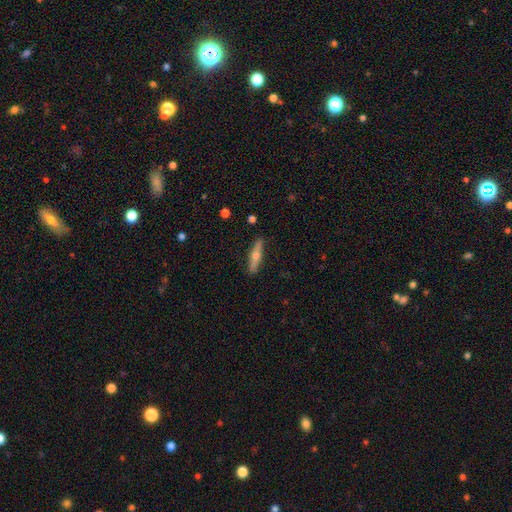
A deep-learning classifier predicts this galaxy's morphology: A featured or disk galaxy (48%). Merging: none (89%).